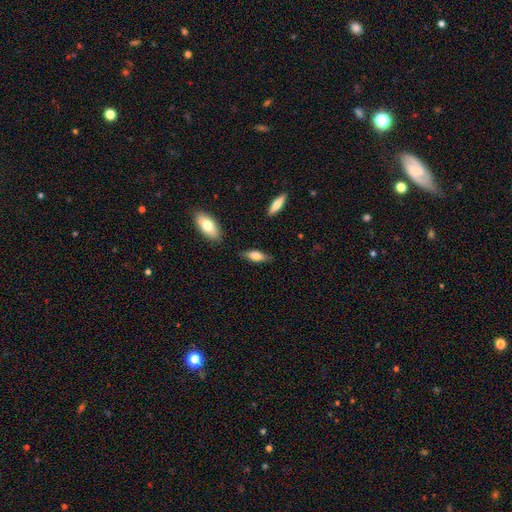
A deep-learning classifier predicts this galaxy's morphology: The model was most divided on "how rounded": in between: 65%, cigar-shaped: 33%, round: 2%. More confident: merging — none (79%); smooth or featured — smooth (71%).